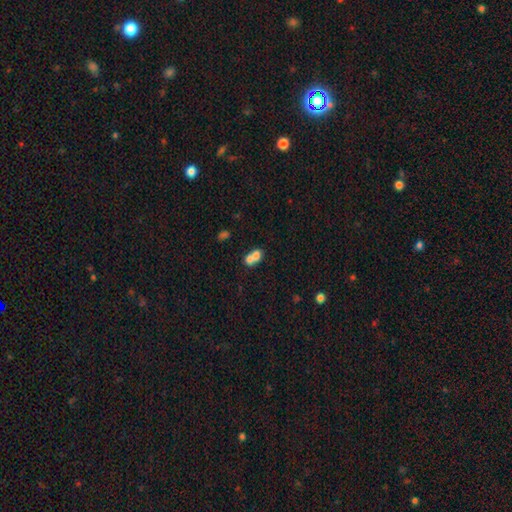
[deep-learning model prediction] Smooth or featured: smooth — 69% (featured or disk — 21%)
How rounded: round — 51% (in between — 47%)
Merging: merger — 72% (none — 20%)